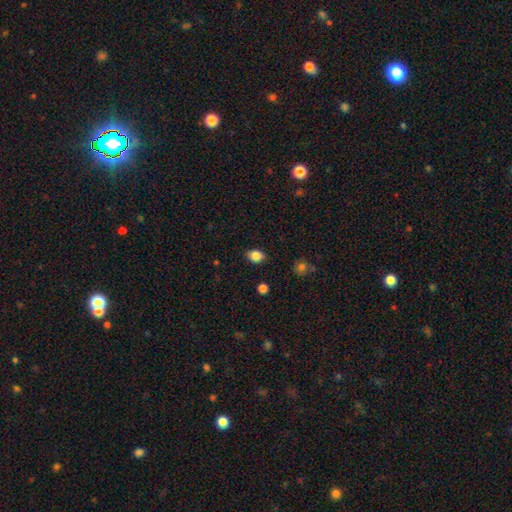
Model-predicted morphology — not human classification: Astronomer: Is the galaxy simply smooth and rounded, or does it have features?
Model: smooth — 85%.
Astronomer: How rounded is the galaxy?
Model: in between — 61% (runner-up: round, 37%).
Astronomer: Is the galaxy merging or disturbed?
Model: none — 86%.